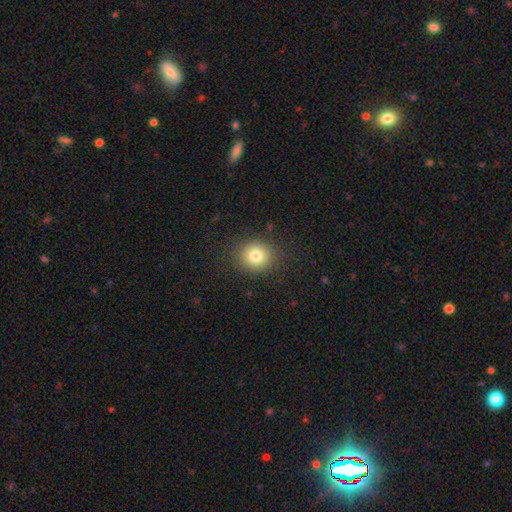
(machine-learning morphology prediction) Smooth or featured?
  - smooth: 80% *
  - star or artifact: 11%
  - featured or disk: 8%
How rounded?
  - round: 80% *
  - in between: 19%
  - cigar-shaped: 1%
Merging?
  - none: 88% *
  - minor disturbance: 8%
  - major disturbance: 3%
  - merger: 1%